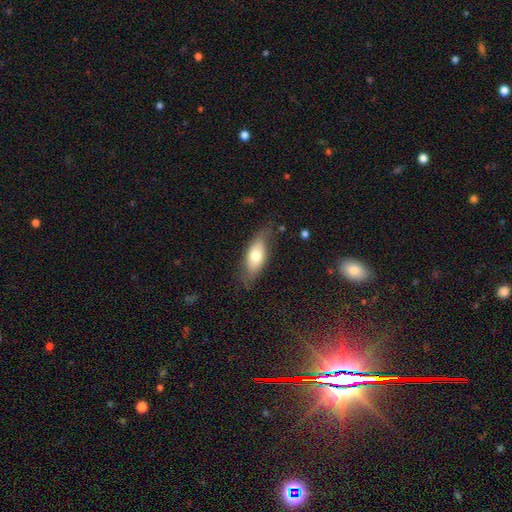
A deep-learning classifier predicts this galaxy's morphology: A smooth galaxy with no disk features (67%) that is in between round and cigar-shaped (81%). Merging: none (72%).